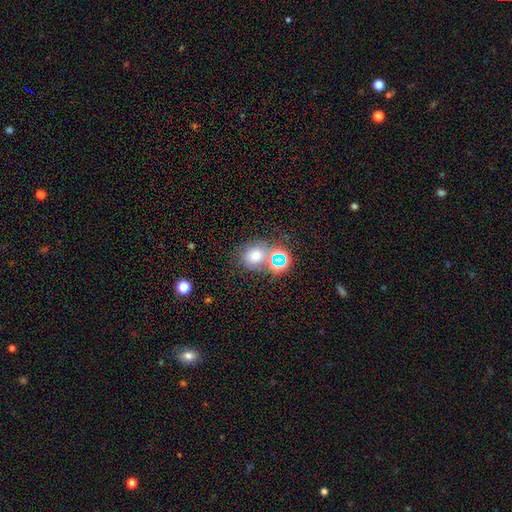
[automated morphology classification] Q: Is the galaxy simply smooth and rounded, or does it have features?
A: smooth — 64%.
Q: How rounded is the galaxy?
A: round — 68%.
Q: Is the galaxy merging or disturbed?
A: none — 53%.